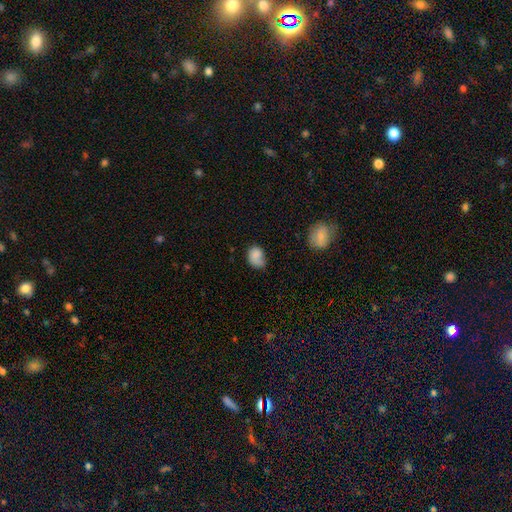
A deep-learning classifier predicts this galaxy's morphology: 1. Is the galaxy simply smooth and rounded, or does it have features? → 78% smooth, 14% featured or disk, 9% star or artifact.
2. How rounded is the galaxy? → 64% in between, 35% round, 1% cigar-shaped.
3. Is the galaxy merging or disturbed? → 43% none, 33% minor disturbance, 19% major disturbance, 5% merger.